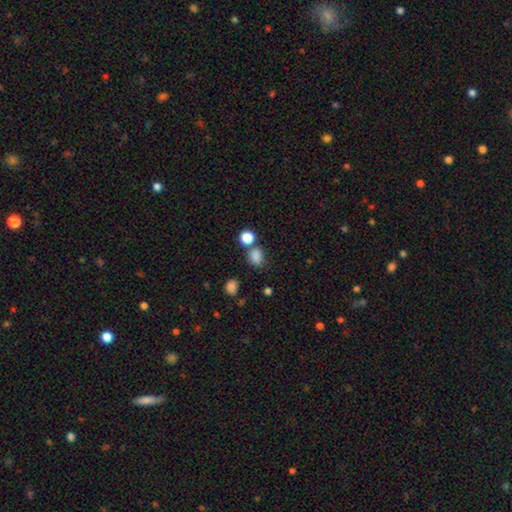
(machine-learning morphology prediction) Smooth or featured? Predicted: smooth (p=0.82). How rounded? Predicted: round (p=0.52). Merging? Predicted: none (p=0.64).